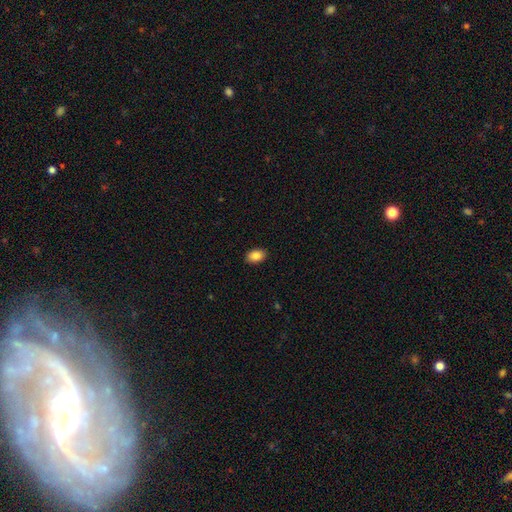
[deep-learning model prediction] smooth-or-featured: smooth: 87% | star or artifact: 8% | featured or disk: 5%
  how-rounded: in between: 87% | round: 12% | cigar-shaped: 1%
  merging: none: 90% | minor disturbance: 7% | major disturbance: 2% | merger: 1%